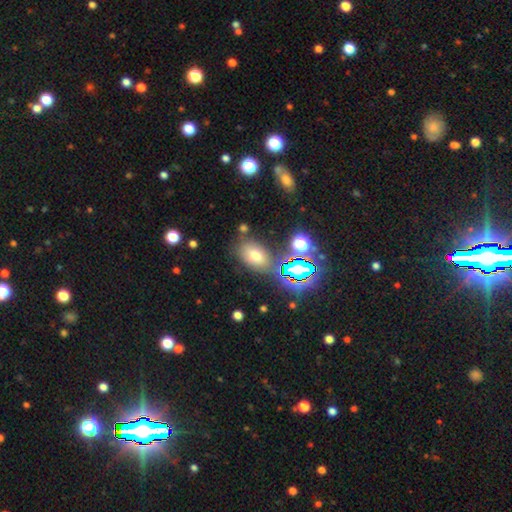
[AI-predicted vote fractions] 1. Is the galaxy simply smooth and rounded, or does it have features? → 64% smooth, 23% star or artifact, 13% featured or disk.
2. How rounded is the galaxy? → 82% in between, 16% round, 2% cigar-shaped.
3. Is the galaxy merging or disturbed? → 71% none, 14% minor disturbance, 9% merger, 6% major disturbance.